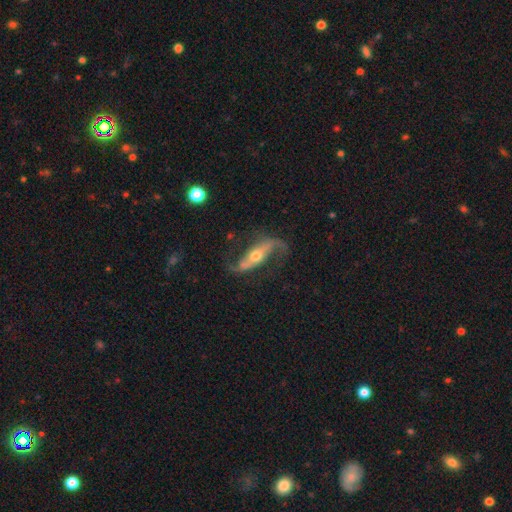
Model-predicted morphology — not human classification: smooth-or-featured: featured or disk: 87% | smooth: 8% | star or artifact: 5%
  disk-edge-on: no: 83% | yes: 17%
    bar: strong: 45% | no: 32% | weak: 24%
    has-spiral-arms: yes: 95% | no: 5%
      spiral-winding: loose: 76% | medium: 18% | tight: 6%
      spiral-arm-count: 2: 91% | 1: 4% | can't tell: 2% | 3: 1% | 4: 1% | more than 4: 1%
    bulge-size: moderate: 60% | small: 33% | large: 4% | none: 2% | dominant: 1%
  merging: none: 69% | minor disturbance: 16% | major disturbance: 12% | merger: 2%